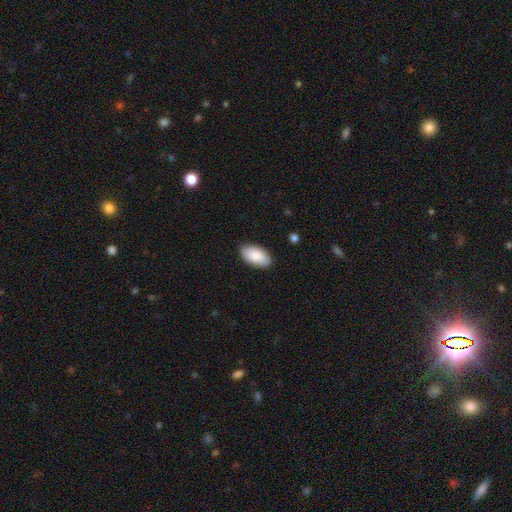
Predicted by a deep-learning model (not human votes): smooth-or-featured: smooth: 88% | featured or disk: 7% | star or artifact: 6%
  how-rounded: in between: 96% | round: 2% | cigar-shaped: 2%
  merging: none: 87% | minor disturbance: 10% | major disturbance: 2% | merger: 1%